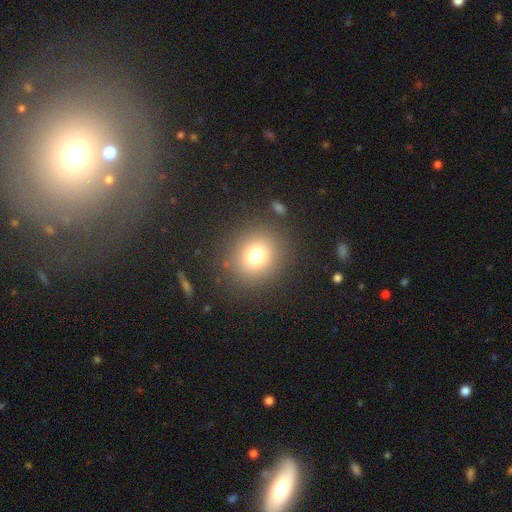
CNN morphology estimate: Smooth or featured? Predicted: smooth (p=0.74). How rounded? Predicted: round (p=0.85). Merging? Predicted: none (p=0.86).